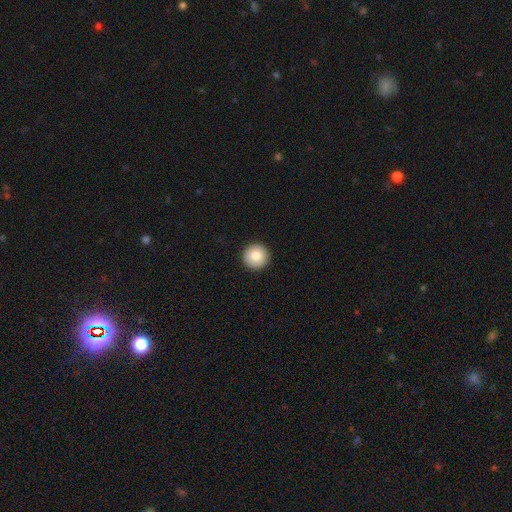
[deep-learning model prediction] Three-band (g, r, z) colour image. It shows a smooth galaxy with no disk features (84%) that is round (97%). Merging: none (93%).